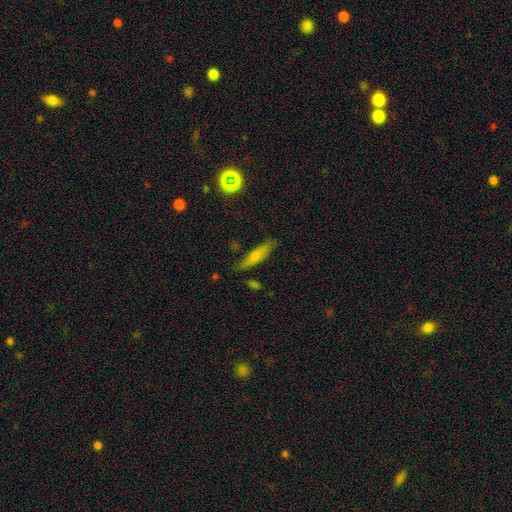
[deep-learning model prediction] Morphology: type=smooth (65%); roundness=cigar-shaped (75%); merging=none (77%).